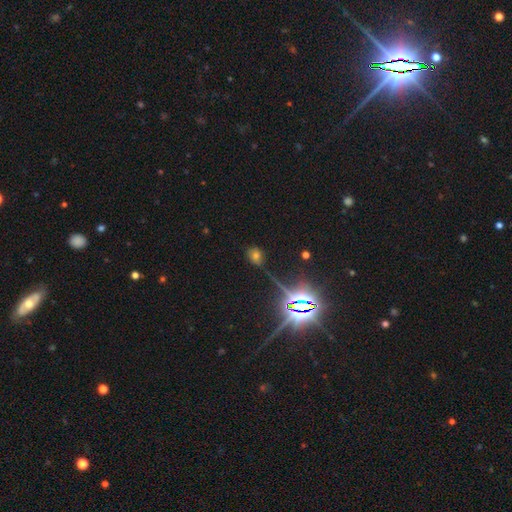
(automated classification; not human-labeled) Morphology: type=star or artifact (48%).